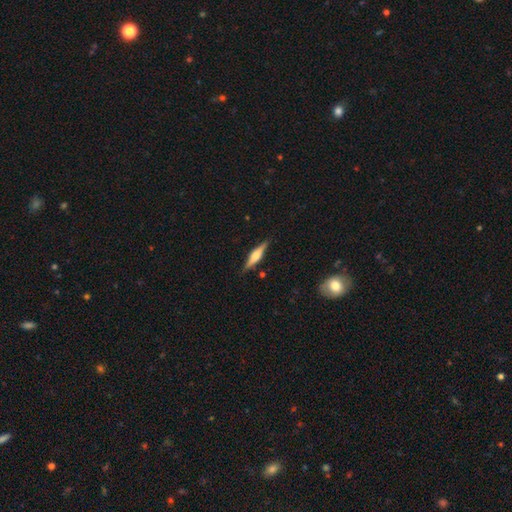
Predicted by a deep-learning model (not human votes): featured or disk 62%, smooth 31%, star or artifact 6%. Down the decision tree: edge-on disk — yes (97%); edge-on bulge — rounded (82%); merging — none (87%).